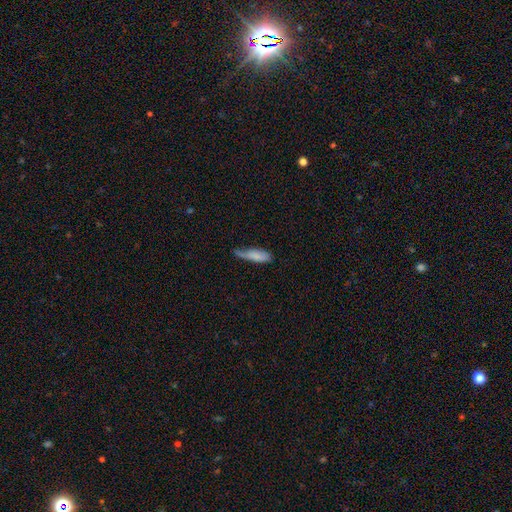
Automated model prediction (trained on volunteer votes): A smooth galaxy with no disk features (75%) that is in between round and cigar-shaped (50%).

Vote fractions:
- Smooth or featured? smooth: 75% / featured or disk: 19% / star or artifact: 7%
- How rounded? in between: 50% / cigar-shaped: 48% / round: 2%
- Merging? minor disturbance: 40% / none: 34% / major disturbance: 21% / merger: 6%